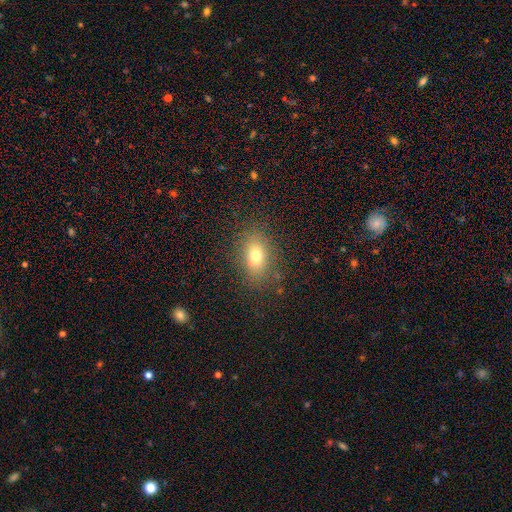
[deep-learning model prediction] A smooth galaxy with no disk features (73%) that is in between round and cigar-shaped (78%). Merging: none (84%).